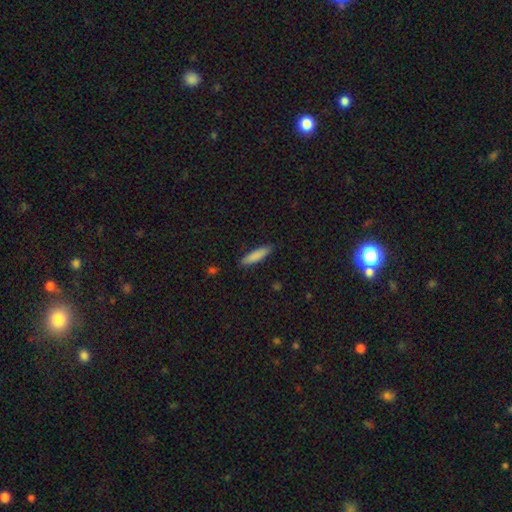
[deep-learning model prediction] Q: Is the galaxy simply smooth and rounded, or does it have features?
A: smooth — 85%.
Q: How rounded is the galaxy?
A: cigar-shaped — 78%.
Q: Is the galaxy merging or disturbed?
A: none — 88%.